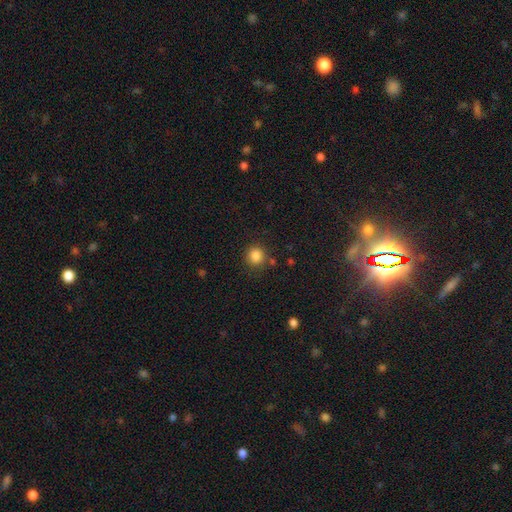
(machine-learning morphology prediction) This appears to be a smooth galaxy with no disk features (85%) that is round (90%). Merging: none (83%).